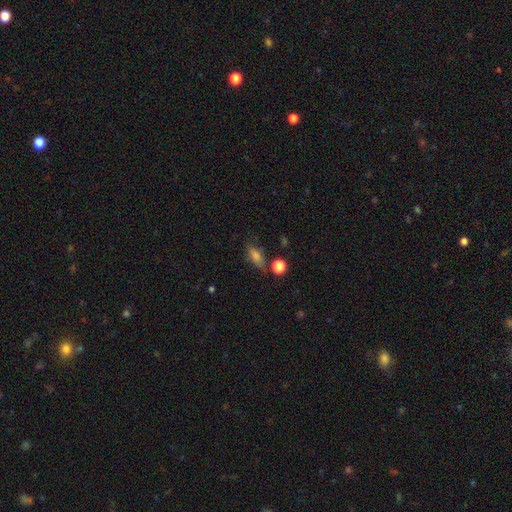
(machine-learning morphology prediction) type=smooth (66%); roundness=in between (67%); merging=none (70%).